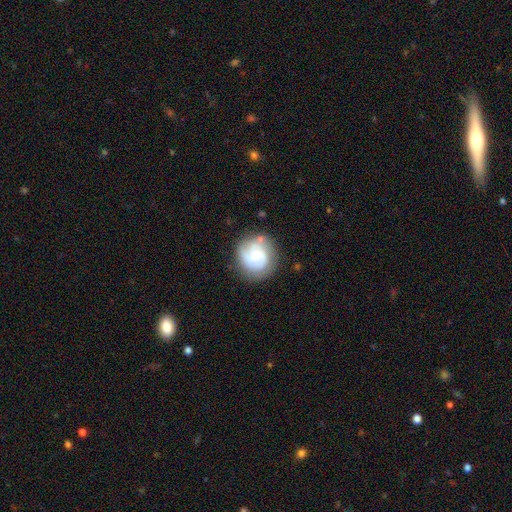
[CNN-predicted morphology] Smooth or featured?
  - featured or disk: 63% *
  - smooth: 30%
  - star or artifact: 7%
Edge-on disk?
  - no: 98% *
  - yes: 2%
Bar?
  - no: 73% *
  - weak: 24%
  - strong: 4%
Spiral arms?
  - yes: 87% *
  - no: 13%
Spiral winding?
  - tight: 44% *
  - medium: 40%
  - loose: 16%
Spiral arm count?
  - 2: 38% *
  - 3: 28%
  - can't tell: 21%
  - 1: 6%
  - 4: 4%
  - more than 4: 3%
Bulge size?
  - small: 54% *
  - moderate: 40%
  - large: 3%
  - none: 2%
  - dominant: 1%
Merging?
  - none: 73% *
  - minor disturbance: 17%
  - major disturbance: 7%
  - merger: 4%